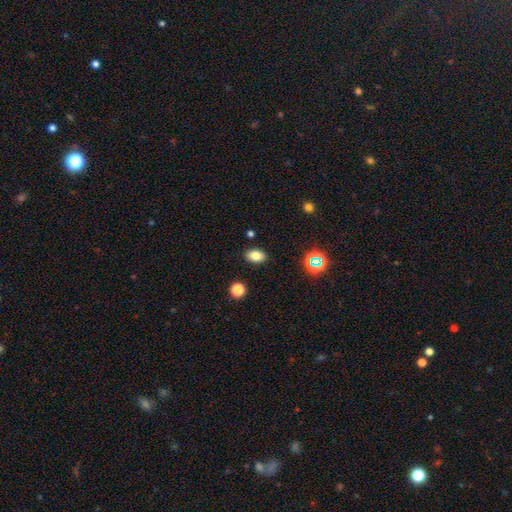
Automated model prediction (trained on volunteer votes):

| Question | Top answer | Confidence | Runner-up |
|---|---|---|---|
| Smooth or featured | smooth | 79% | star or artifact (13%) |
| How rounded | in between | 85% | round (14%) |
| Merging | none | 88% | minor disturbance (8%) |